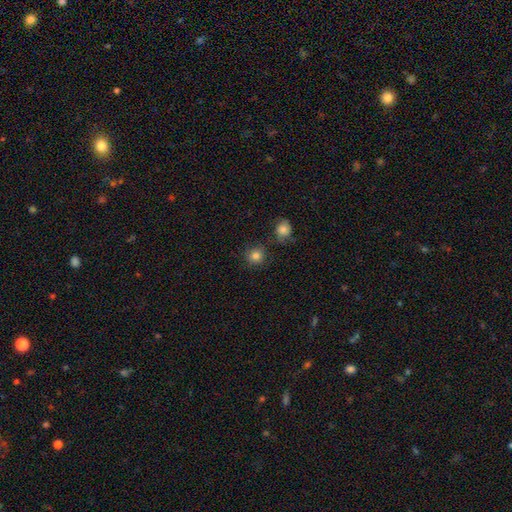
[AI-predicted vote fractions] A smooth galaxy with no disk features (83%) that is round (91%). Merging: none (81%).